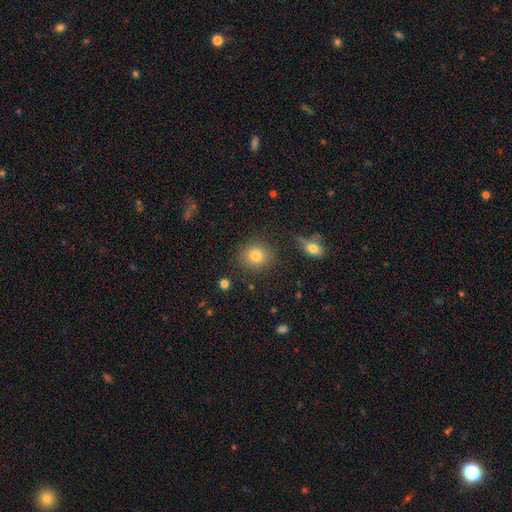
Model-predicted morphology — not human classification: Q: Smooth or featured?
A: smooth (81%); runner-up: star or artifact (11%)
Q: How rounded?
A: round (81%); runner-up: in between (17%)
Q: Merging?
A: none (84%); runner-up: minor disturbance (9%)